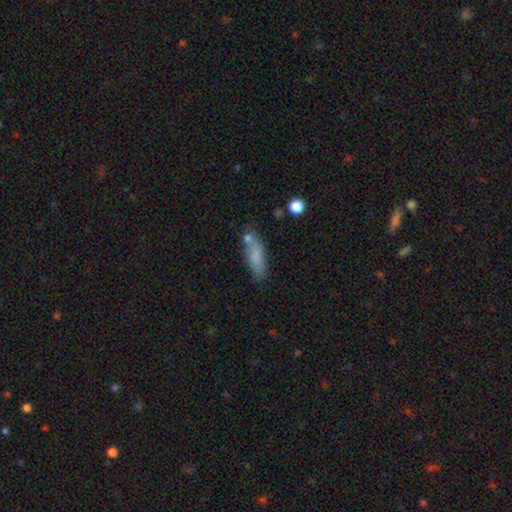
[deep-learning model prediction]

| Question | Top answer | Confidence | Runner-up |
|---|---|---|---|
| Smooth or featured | smooth | 80% | featured or disk (12%) |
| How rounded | in between | 53% | cigar-shaped (45%) |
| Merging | none | 68% | minor disturbance (17%) |